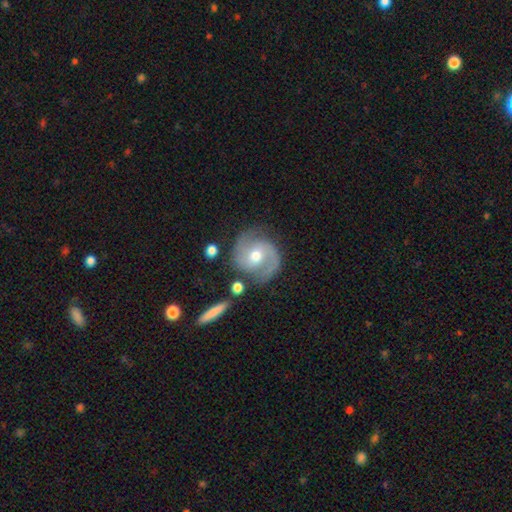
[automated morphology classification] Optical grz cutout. It shows a featured or disk galaxy (85%) with no bar (51%), 2 (88%) medium (50%) spiral arms (96%) and a moderate central bulge (72%). Merging: none (78%).